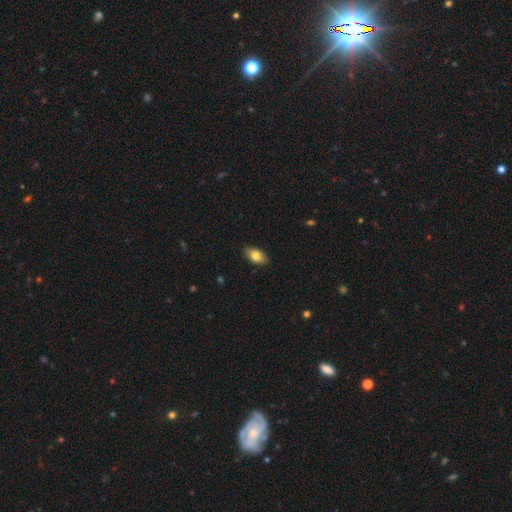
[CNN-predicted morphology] Smooth or featured?
  - smooth: 80% *
  - featured or disk: 13%
  - star or artifact: 7%
How rounded?
  - in between: 92% *
  - round: 5%
  - cigar-shaped: 3%
Merging?
  - none: 88% *
  - minor disturbance: 10%
  - major disturbance: 2%
  - merger: 1%